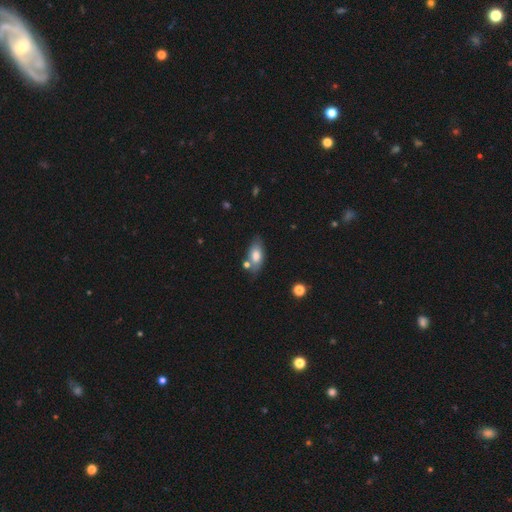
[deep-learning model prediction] smooth 74%, featured or disk 19%, star or artifact 7%. Down the decision tree: how rounded — in between (89%); merging — none (66%).